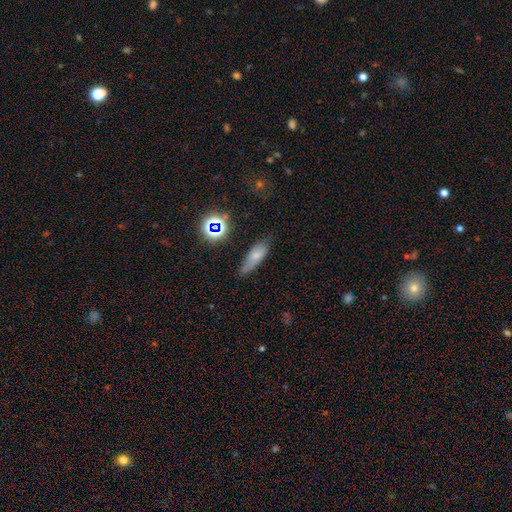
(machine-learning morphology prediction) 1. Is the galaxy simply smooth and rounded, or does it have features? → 68% smooth, 18% featured or disk, 15% star or artifact.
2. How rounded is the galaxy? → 62% in between, 34% cigar-shaped, 4% round.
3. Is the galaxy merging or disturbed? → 60% none, 29% minor disturbance, 8% major disturbance, 3% merger.